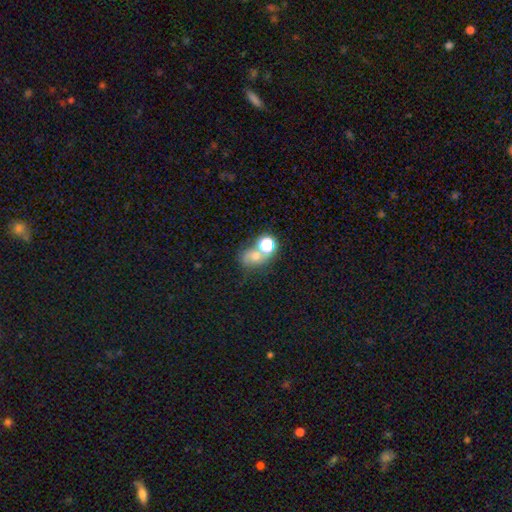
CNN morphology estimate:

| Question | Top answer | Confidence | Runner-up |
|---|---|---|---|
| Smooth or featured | smooth | 57% | star or artifact (23%) |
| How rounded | round | 58% | in between (41%) |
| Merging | merger | 41% | none (38%) |